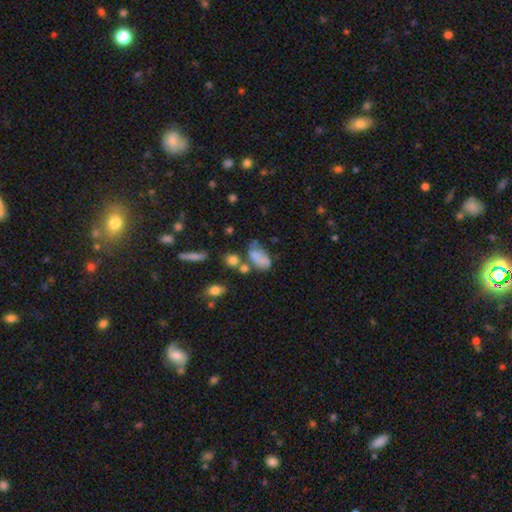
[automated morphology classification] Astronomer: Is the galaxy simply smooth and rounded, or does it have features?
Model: smooth — 61%.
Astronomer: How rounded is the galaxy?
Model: in between — 86%.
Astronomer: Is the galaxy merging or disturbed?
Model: none — 36% (runner-up: minor disturbance, 27%).